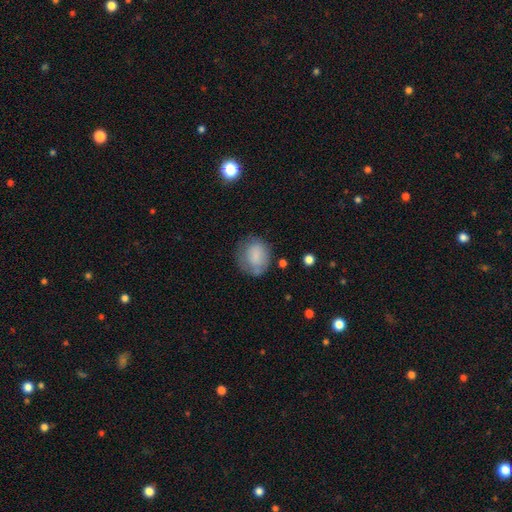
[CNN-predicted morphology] smooth-or-featured: smooth: 78% | featured or disk: 14% | star or artifact: 8%
  how-rounded: round: 63% | in between: 36% | cigar-shaped: 1%
  merging: none: 60% | minor disturbance: 25% | major disturbance: 12% | merger: 3%